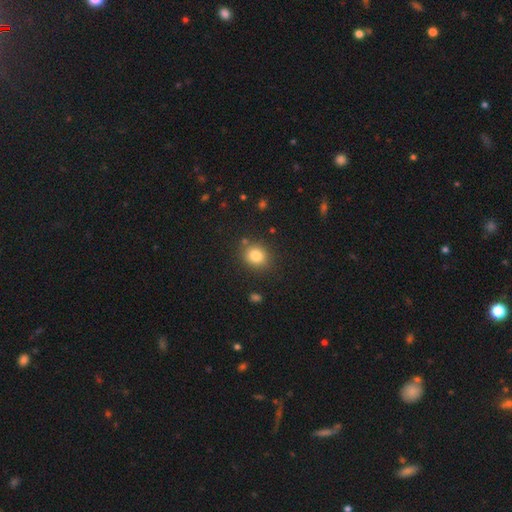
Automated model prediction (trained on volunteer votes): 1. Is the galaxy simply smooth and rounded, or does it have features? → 82% smooth, 11% star or artifact, 7% featured or disk.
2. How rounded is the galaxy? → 72% round, 27% in between, 1% cigar-shaped.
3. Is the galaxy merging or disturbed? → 82% none, 10% minor disturbance, 4% merger, 3% major disturbance.